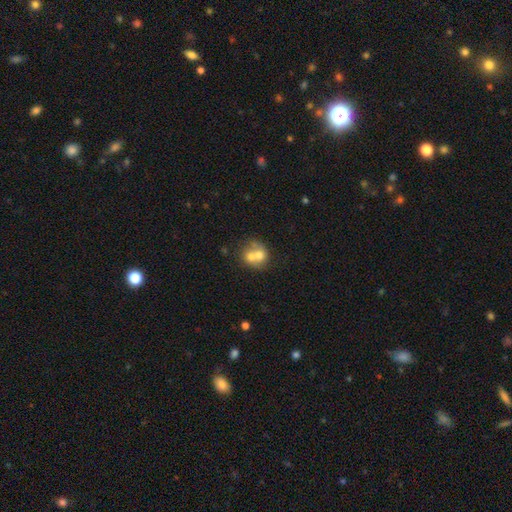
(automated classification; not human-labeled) The model was most divided on "smooth or featured": smooth: 62%, featured or disk: 28%, star or artifact: 9%. More confident: how rounded — round (71%); merging — merger (64%).